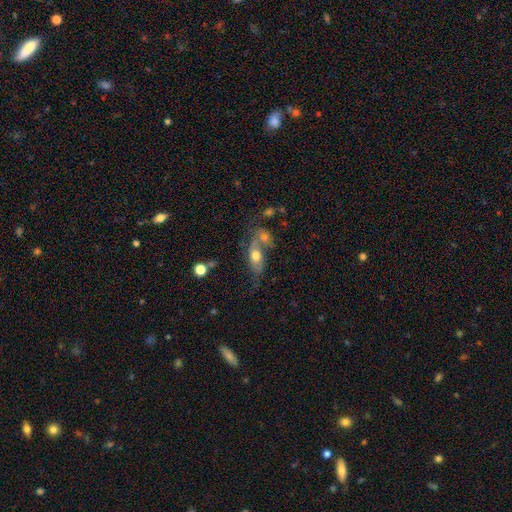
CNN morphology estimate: Q: Smooth or featured?
A: smooth (54%); runner-up: featured or disk (37%)
Q: How rounded?
A: in between (77%); runner-up: round (15%)
Q: Merging?
A: merger (41%); runner-up: none (29%)